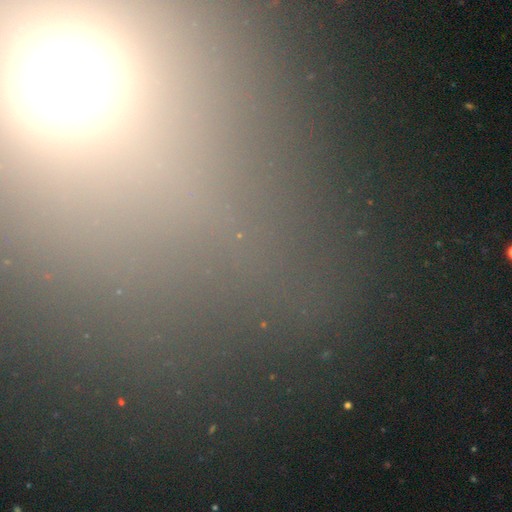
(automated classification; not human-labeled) Smooth or featured? Predicted: star or artifact (p=0.61).